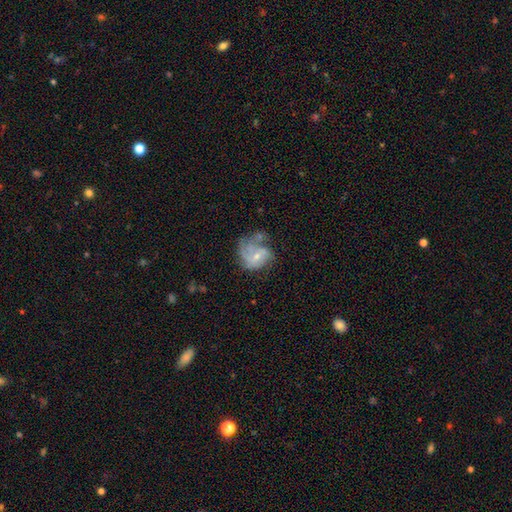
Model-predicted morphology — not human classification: Smooth or featured? Predicted: featured or disk (p=0.63). Edge-on disk? Predicted: no (p=0.98). Bar? Predicted: no (p=0.57). Spiral arms? Predicted: yes (p=0.74). Bulge size? Predicted: small (p=0.60). Merging? Predicted: none (p=0.33).